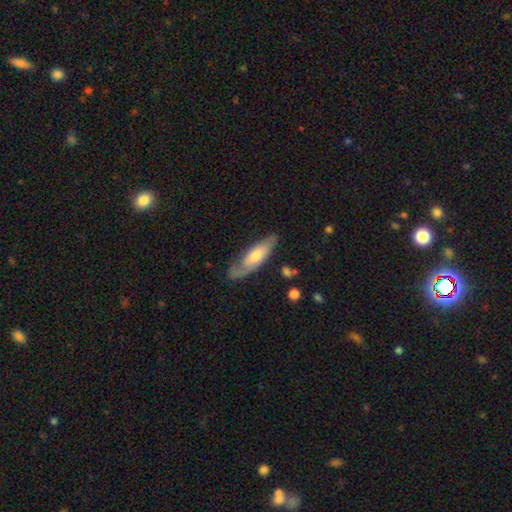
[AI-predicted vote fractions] This appears to be a smooth galaxy with no disk features (48%). Merging: none (64%).